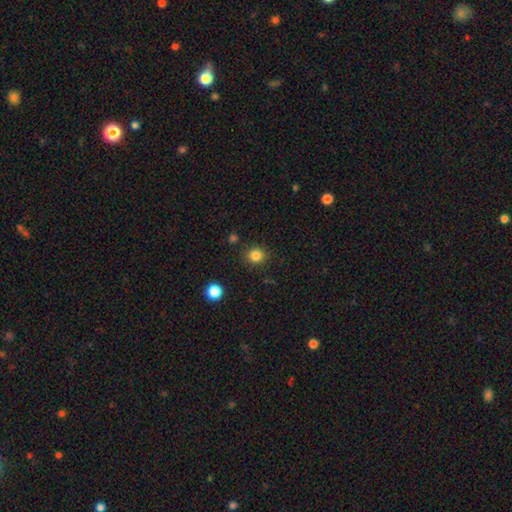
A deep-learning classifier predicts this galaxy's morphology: type=smooth (83%); roundness=round (83%); merging=none (87%).